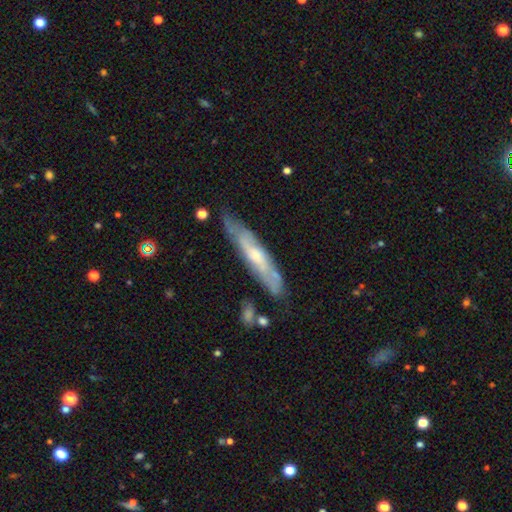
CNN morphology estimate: This is possibly a featured or disk galaxy (58%). It is possibly viewed edge-on (56%). Merging: likely none (67%).